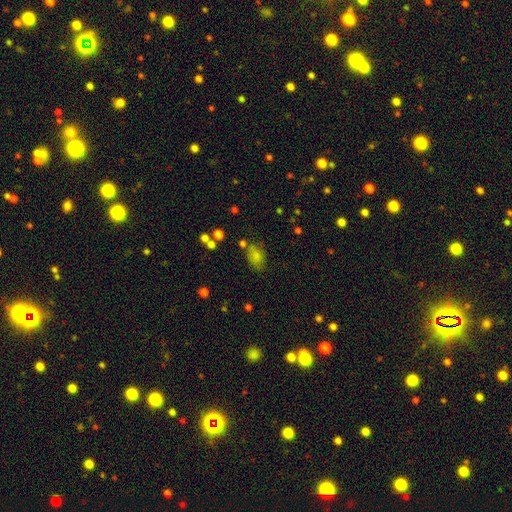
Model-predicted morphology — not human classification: This is likely a smooth galaxy (77%). How rounded: likely in between (79%). Merging: likely none (64%).